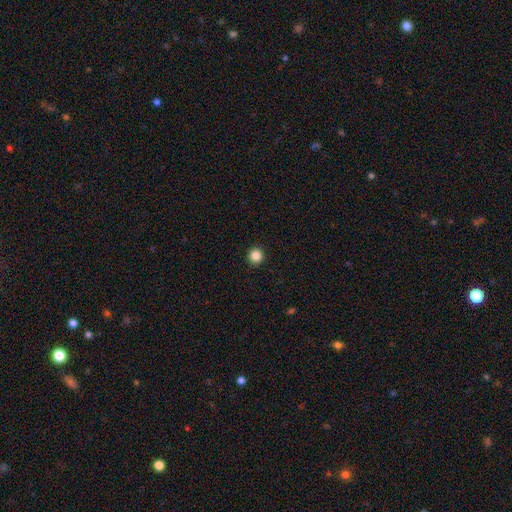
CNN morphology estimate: Smooth or featured? smooth (86%)
How rounded? round (94%)
Merging? none (93%)